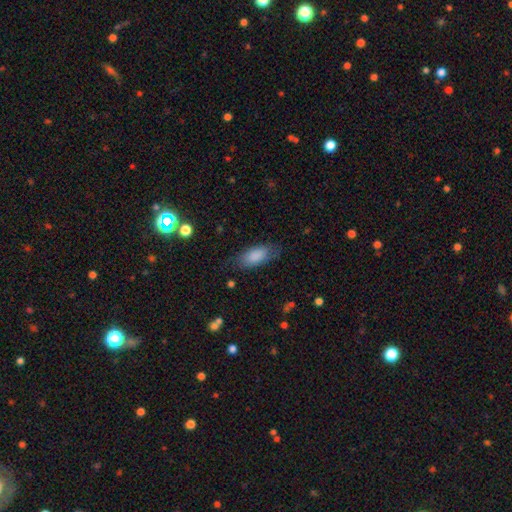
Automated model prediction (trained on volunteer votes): Smooth or featured? smooth (82%)
How rounded? in between (86%)
Merging? none (72%)